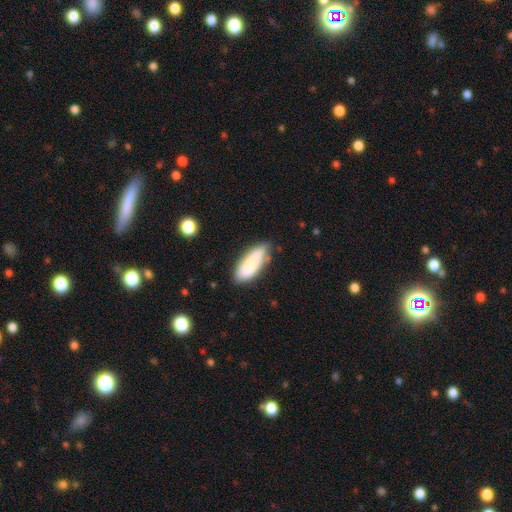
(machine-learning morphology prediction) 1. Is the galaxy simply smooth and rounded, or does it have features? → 75% smooth, 18% featured or disk, 7% star or artifact.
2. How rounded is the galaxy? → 75% in between, 23% cigar-shaped, 2% round.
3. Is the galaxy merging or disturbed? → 69% none, 22% minor disturbance, 5% major disturbance, 4% merger.